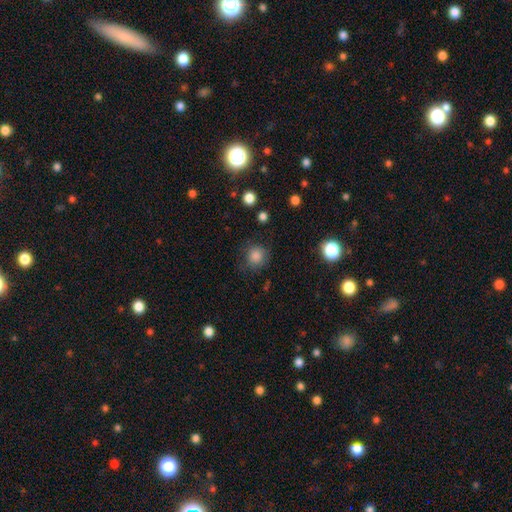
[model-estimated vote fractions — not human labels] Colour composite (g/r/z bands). It shows a smooth galaxy with no disk features (84%) that is round (91%). Merging: none (80%).